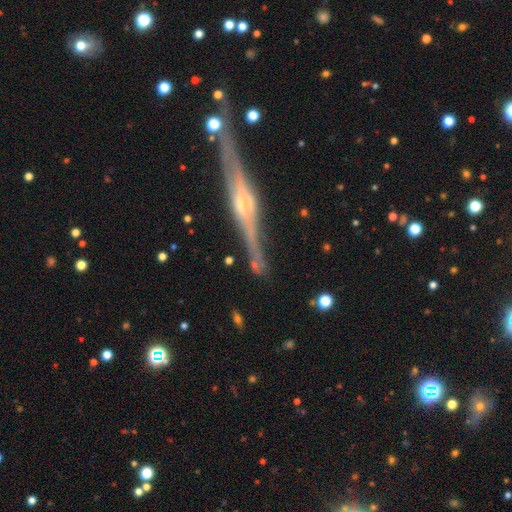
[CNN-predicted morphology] A featured or disk galaxy (83%) viewed edge-on (96%) with a rounded central bulge (70%). Merging: none (82%).